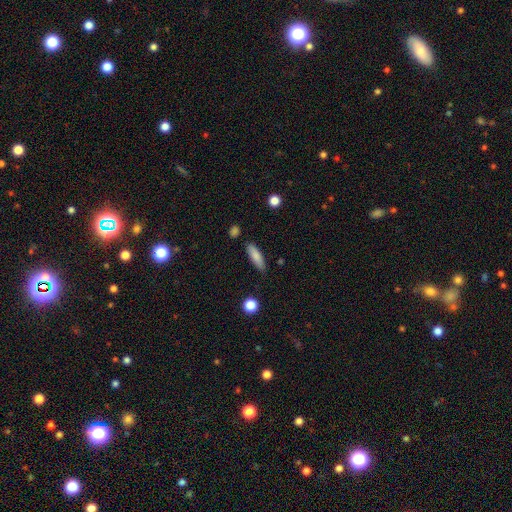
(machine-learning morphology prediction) type=smooth (82%); roundness=cigar-shaped (59%); merging=none (84%).